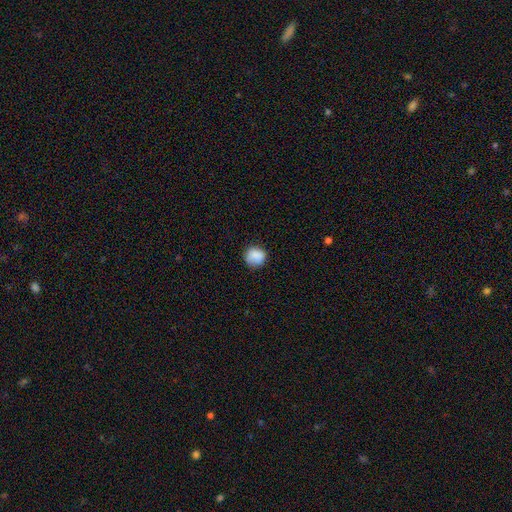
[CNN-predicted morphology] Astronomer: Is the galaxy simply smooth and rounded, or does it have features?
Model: smooth — 86%.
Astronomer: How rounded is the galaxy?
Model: round — 87%.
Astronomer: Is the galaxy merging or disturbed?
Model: none — 79%.